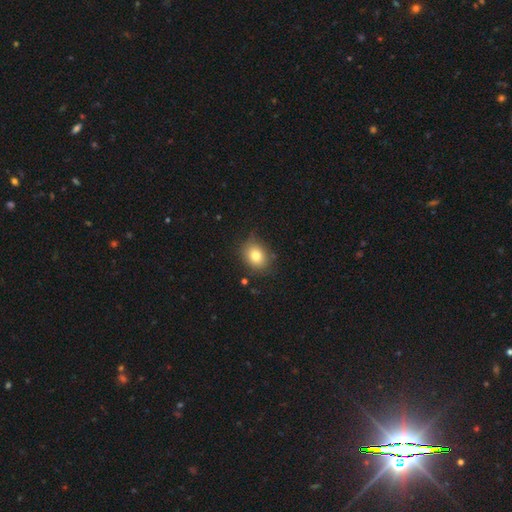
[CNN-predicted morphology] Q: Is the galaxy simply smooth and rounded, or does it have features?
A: smooth — 80%.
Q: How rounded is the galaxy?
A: round — 50%.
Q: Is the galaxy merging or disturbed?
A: none — 79%.